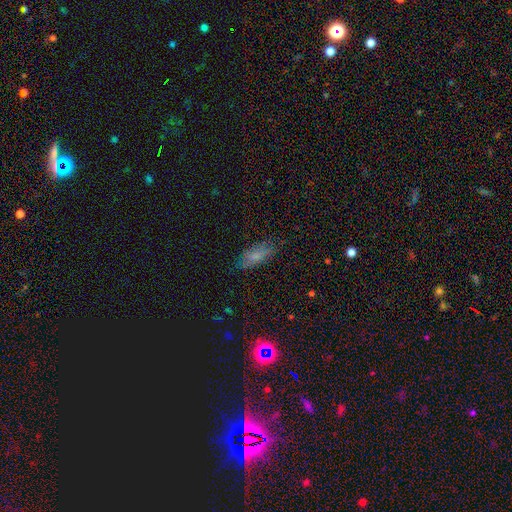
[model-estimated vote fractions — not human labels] smooth_or_featured: smooth (p=0.70) [alt: featured or disk p=0.18]
how_rounded: in between (p=0.69) [alt: cigar-shaped p=0.28]
merging: none (p=0.75) [alt: minor disturbance p=0.18]